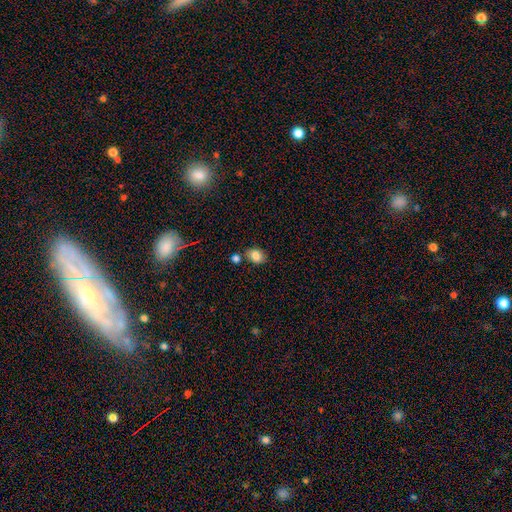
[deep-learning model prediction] Smooth or featured?
  - smooth: 83% *
  - star or artifact: 10%
  - featured or disk: 7%
How rounded?
  - in between: 63% *
  - round: 36%
  - cigar-shaped: 1%
Merging?
  - none: 71% *
  - merger: 13%
  - minor disturbance: 13%
  - major disturbance: 3%